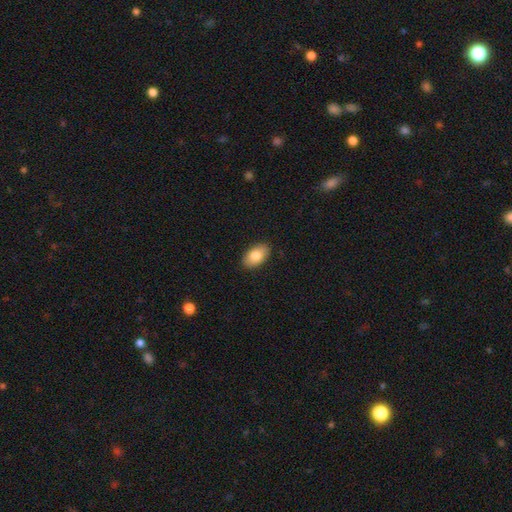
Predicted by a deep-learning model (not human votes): This is clearly a smooth galaxy (81%). How rounded: clearly in between (92%). Merging: clearly none (89%).